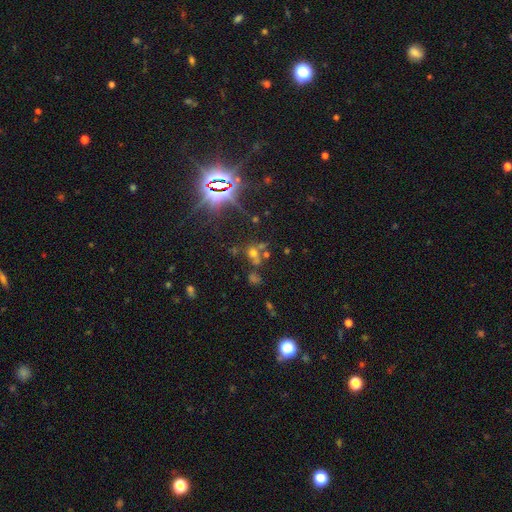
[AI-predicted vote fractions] This is possibly a star or artifact rather than a galaxy (60%).